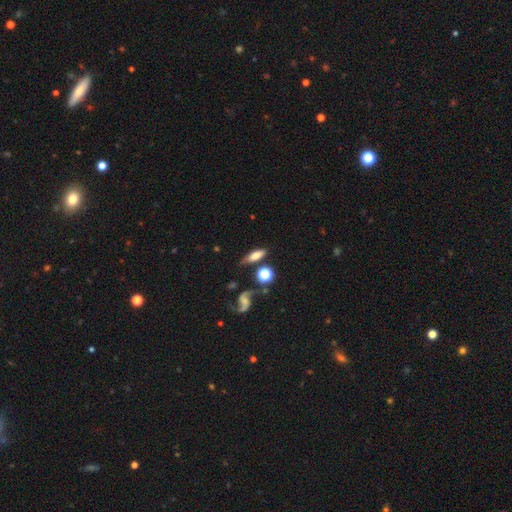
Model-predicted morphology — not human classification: Smooth or featured?
  - smooth: 57% *
  - featured or disk: 33%
  - star or artifact: 10%
How rounded?
  - in between: 55% *
  - cigar-shaped: 34%
  - round: 10%
Merging?
  - none: 65% *
  - minor disturbance: 18%
  - merger: 10%
  - major disturbance: 7%